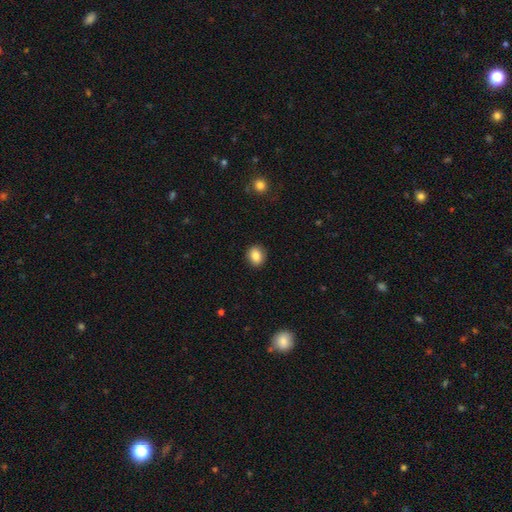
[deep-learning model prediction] Smooth or featured? Predicted: smooth (p=0.85). How rounded? Predicted: round (p=0.65). Merging? Predicted: none (p=0.90).